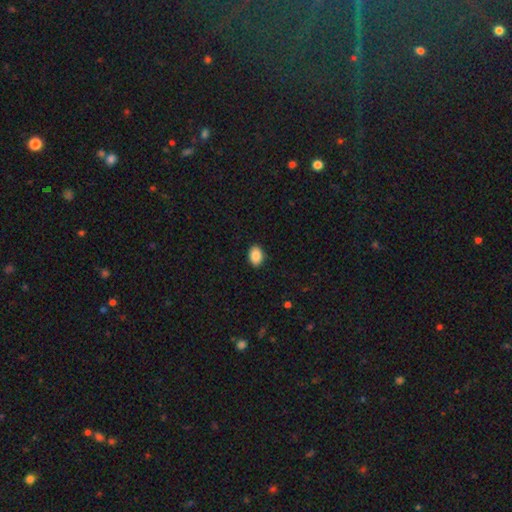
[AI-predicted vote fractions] A smooth galaxy with no disk features (88%) that is in between round and cigar-shaped (82%). Merging: none (89%).